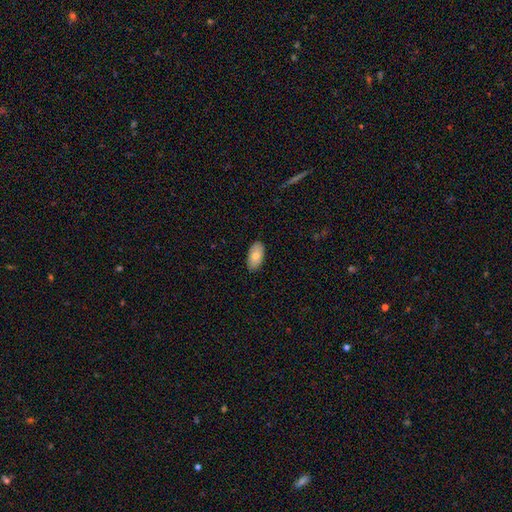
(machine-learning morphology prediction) smooth_or_featured: smooth (p=0.78) [alt: featured or disk p=0.16]
how_rounded: in between (p=0.94) [alt: round p=0.03]
merging: none (p=0.86) [alt: minor disturbance p=0.11]